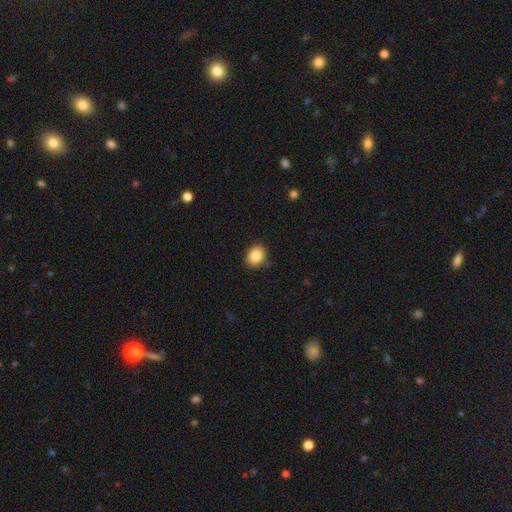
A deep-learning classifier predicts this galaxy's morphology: A smooth galaxy with no disk features (84%) that is round (52%). Merging: none (85%).